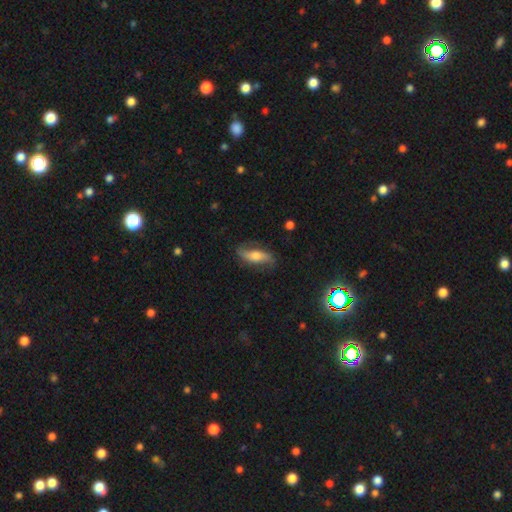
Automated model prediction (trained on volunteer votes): smooth_or_featured: featured or disk (p=0.56) [alt: smooth p=0.36]
disk_edge_on: no (p=0.75) [alt: yes p=0.25]
merging: none (p=0.74) [alt: minor disturbance p=0.18]